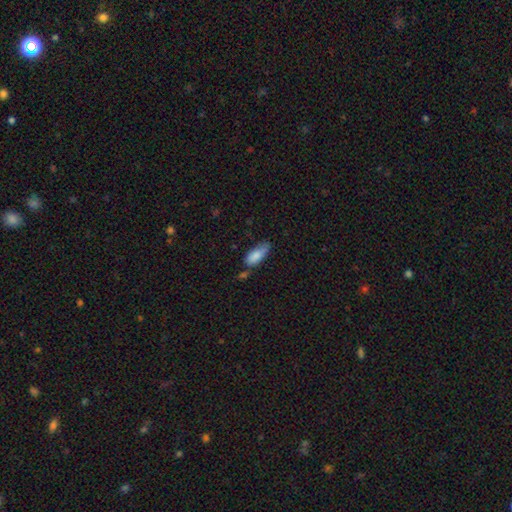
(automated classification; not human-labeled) Overall: smooth (83%). How rounded: in between (80%). Merging: none (46%; minor disturbance 34%).